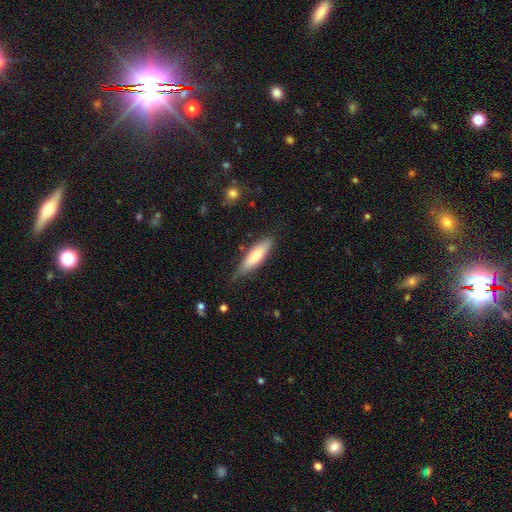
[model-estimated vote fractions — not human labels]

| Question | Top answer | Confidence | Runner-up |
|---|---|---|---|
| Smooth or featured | smooth | 73% | featured or disk (22%) |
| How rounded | cigar-shaped | 61% | in between (37%) |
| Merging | none | 74% | minor disturbance (20%) |